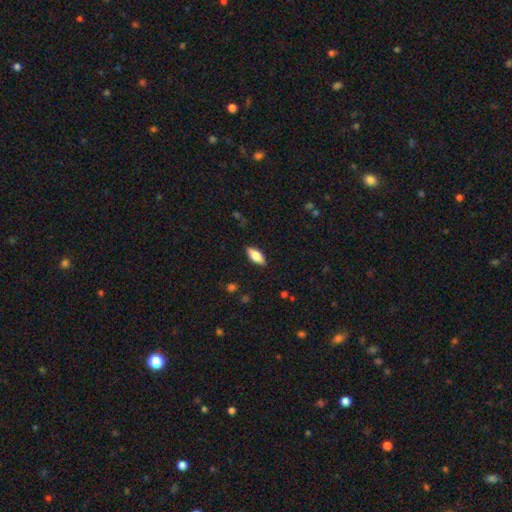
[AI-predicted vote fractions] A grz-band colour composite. It shows a smooth galaxy with no disk features (79%) that is in between round and cigar-shaped (84%). Merging: none (88%).